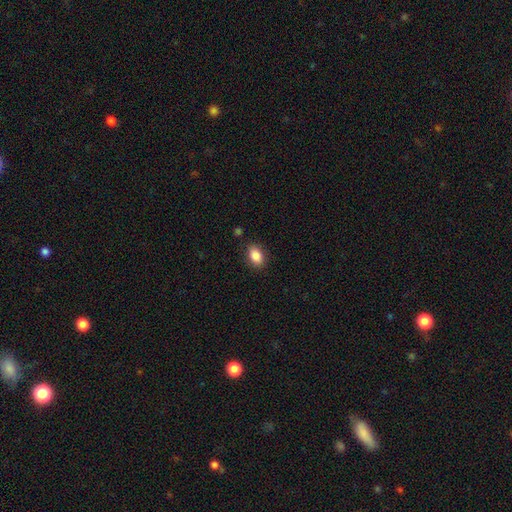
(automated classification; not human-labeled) A smooth galaxy with no disk features (86%) that is in between round and cigar-shaped (86%).

Vote fractions:
- Smooth or featured? smooth: 86% / star or artifact: 8% / featured or disk: 6%
- How rounded? in between: 86% / round: 12% / cigar-shaped: 2%
- Merging? none: 85% / minor disturbance: 10% / major disturbance: 2% / merger: 2%